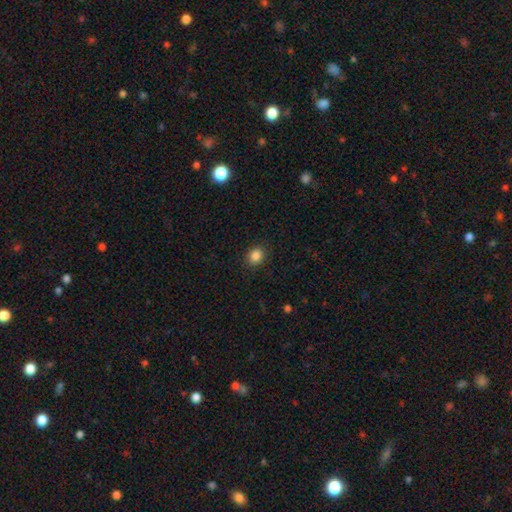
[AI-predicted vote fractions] Overall: smooth (86%). How rounded: round (59%; in between 40%). Merging: none (89%).